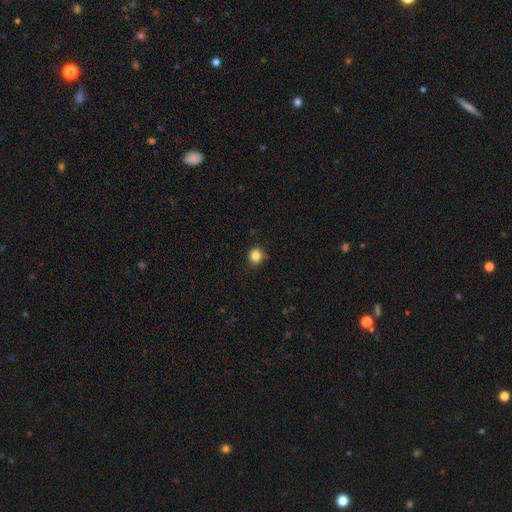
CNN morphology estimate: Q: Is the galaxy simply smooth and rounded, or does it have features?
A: smooth — 84%.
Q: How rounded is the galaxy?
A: round — 89%.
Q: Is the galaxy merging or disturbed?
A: none — 87%.